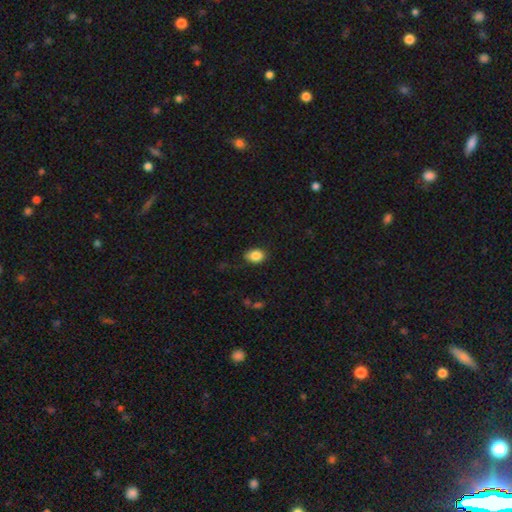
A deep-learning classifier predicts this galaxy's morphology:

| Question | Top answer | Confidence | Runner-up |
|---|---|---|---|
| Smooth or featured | smooth | 86% | star or artifact (9%) |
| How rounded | in between | 68% | round (31%) |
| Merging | none | 77% | minor disturbance (18%) |